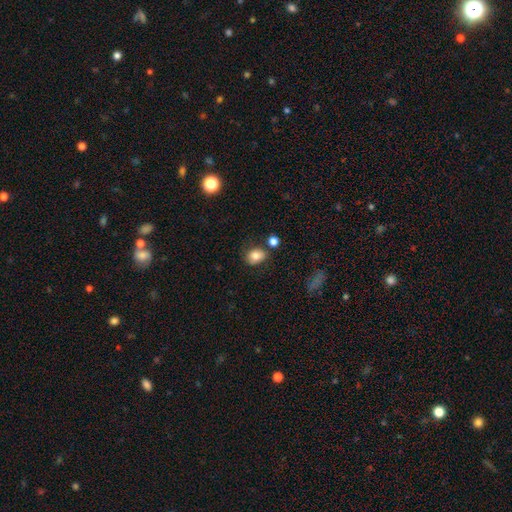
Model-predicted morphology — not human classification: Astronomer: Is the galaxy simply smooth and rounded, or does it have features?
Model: smooth — 80%.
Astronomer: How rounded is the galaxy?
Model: in between — 60% (runner-up: round, 39%).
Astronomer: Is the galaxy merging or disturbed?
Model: none — 68%.